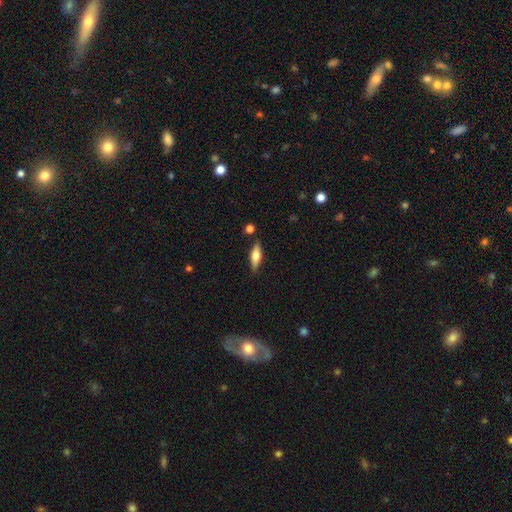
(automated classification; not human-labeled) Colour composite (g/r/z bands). It shows a smooth galaxy with no disk features (64%) that is in between round and cigar-shaped (57%). Merging: none (81%).